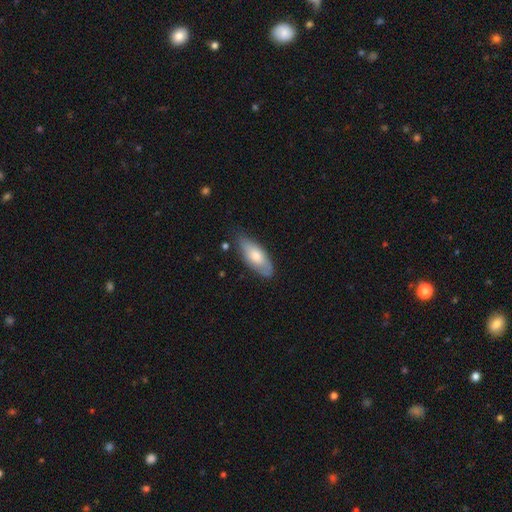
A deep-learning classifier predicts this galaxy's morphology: Smooth or featured?
  - smooth: 66% *
  - featured or disk: 28%
  - star or artifact: 6%
How rounded?
  - in between: 80% *
  - cigar-shaped: 17%
  - round: 2%
Merging?
  - none: 70% *
  - minor disturbance: 24%
  - major disturbance: 4%
  - merger: 2%